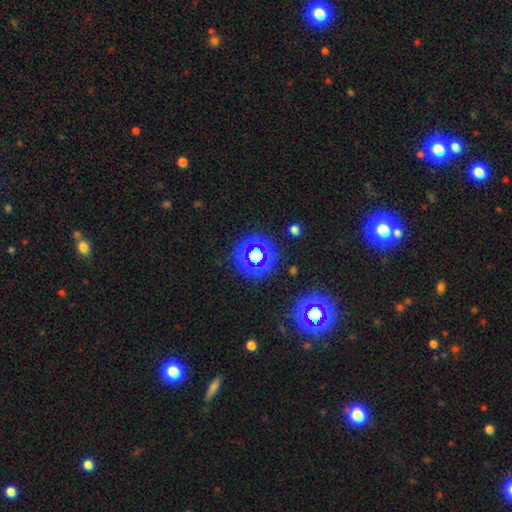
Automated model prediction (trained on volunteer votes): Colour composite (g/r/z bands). It shows a star or artifact, not a galaxy (64%).